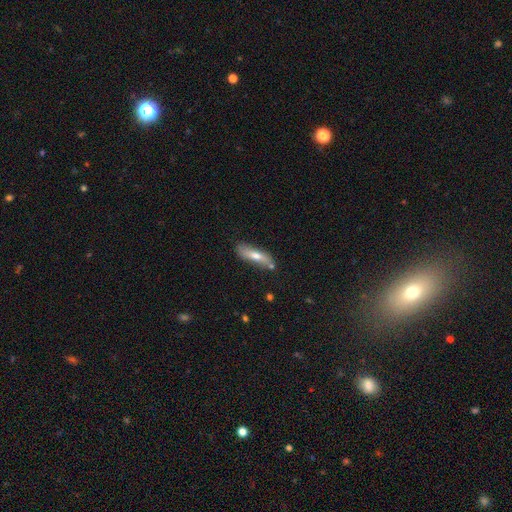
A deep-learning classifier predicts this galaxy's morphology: This is likely a smooth galaxy (64%). How rounded: likely cigar-shaped (62%). Merging: likely none (73%).